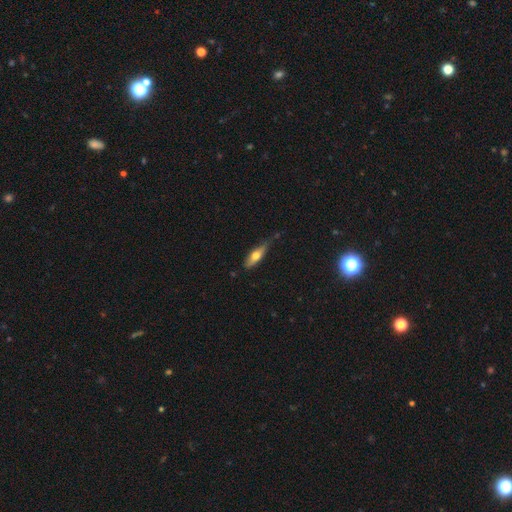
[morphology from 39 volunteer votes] A smooth galaxy with no disk features (64%) that is cigar-shaped (80%).

Vote fractions:
- Smooth or featured? smooth: 64% / featured or disk: 33% / star or artifact: 3%
- How rounded? cigar-shaped: 80% / in between: 16% / round: 4%
- Merging? none: 58% / minor disturbance: 29% / major disturbance: 8% / merger: 5%